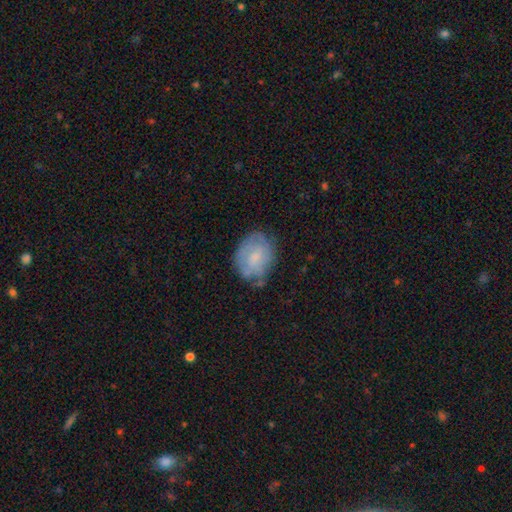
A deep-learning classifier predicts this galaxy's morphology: This appears to be a smooth galaxy with no disk features (57%) that is in between round and cigar-shaped (61%). Merging: none (61%).